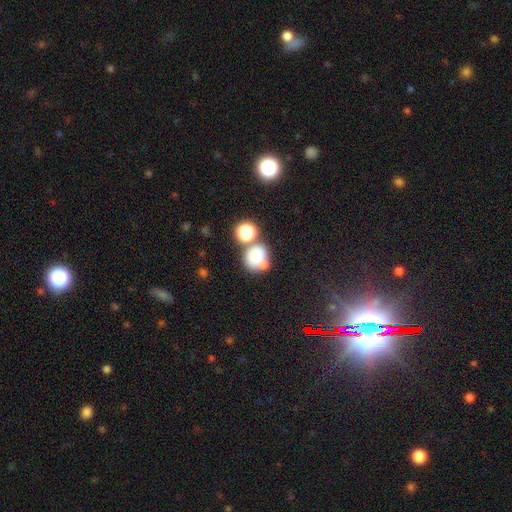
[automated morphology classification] Smooth or featured? smooth (74%)
How rounded? round (77%)
Merging? none (43%)